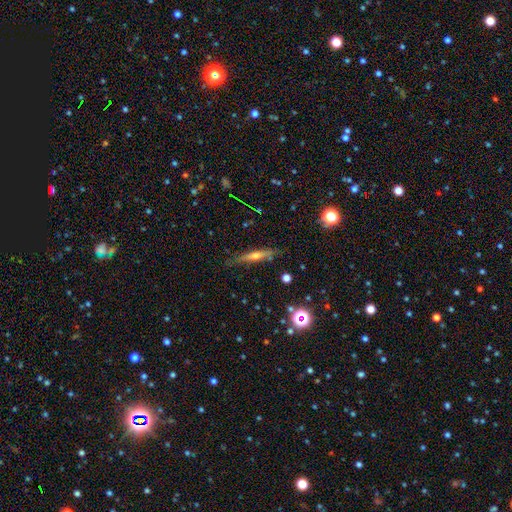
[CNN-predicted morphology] smooth_or_featured: featured or disk (p=0.52) [alt: smooth p=0.38]
disk_edge_on: yes (p=0.90) [alt: no p=0.10]
merging: none (p=0.79) [alt: minor disturbance p=0.16]